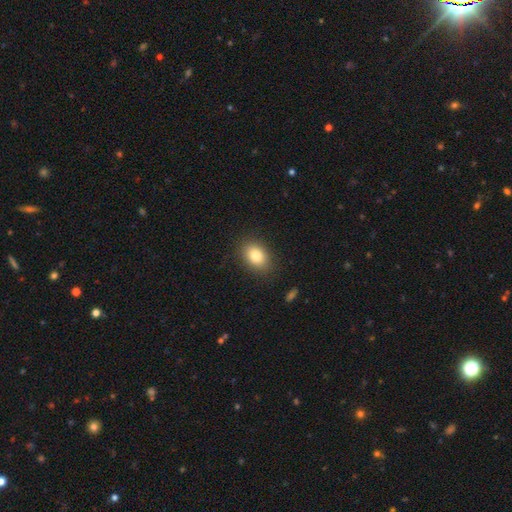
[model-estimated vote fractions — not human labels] A smooth galaxy with no disk features (81%) that is in between round and cigar-shaped (69%).

Vote fractions:
- Smooth or featured? smooth: 81% / featured or disk: 9% / star or artifact: 9%
- How rounded? in between: 69% / round: 30% / cigar-shaped: 1%
- Merging? none: 86% / minor disturbance: 10% / major disturbance: 3% / merger: 1%